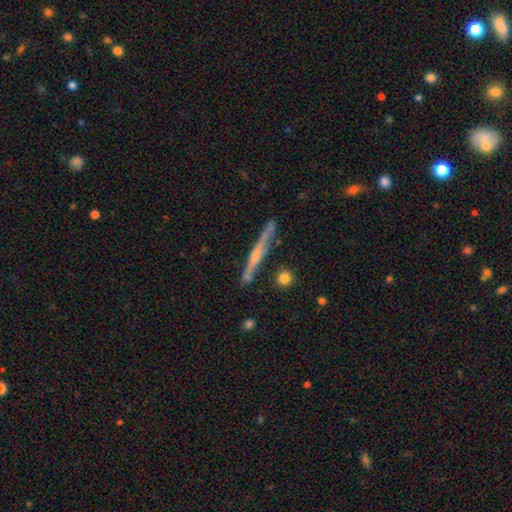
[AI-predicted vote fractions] Smooth or featured: featured or disk — 69% (smooth — 25%)
Edge-on disk: yes — 97% (no — 3%)
Edge-on bulge: rounded — 60% (none — 31%)
Merging: none — 82% (minor disturbance — 12%)